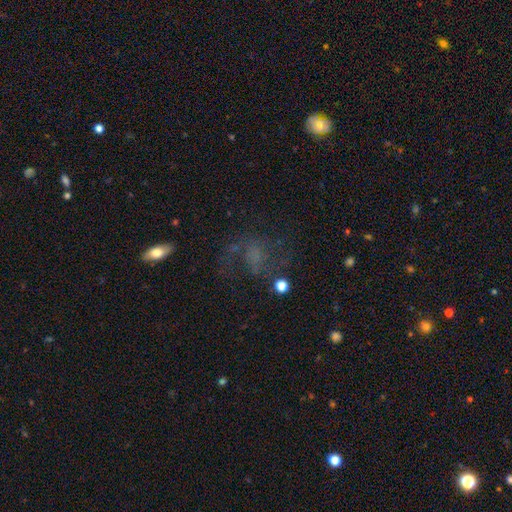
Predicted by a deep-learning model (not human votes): This appears to be a featured or disk galaxy (50%). Merging: none (50%).